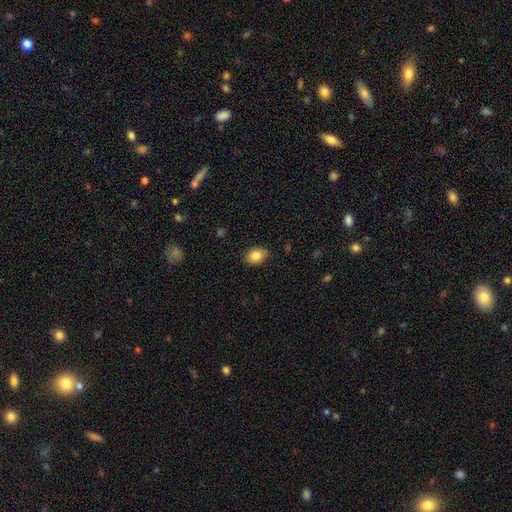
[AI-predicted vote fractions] Morphology: type=smooth (85%); roundness=in between (65%); merging=none (82%).